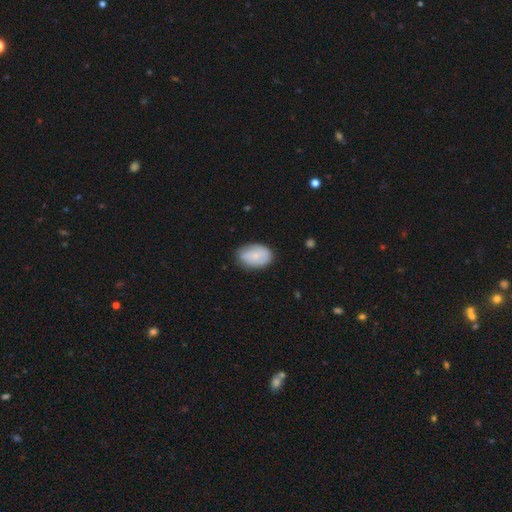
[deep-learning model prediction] This is likely a smooth galaxy (72%). How rounded: clearly in between (88%). Merging: likely none (74%).